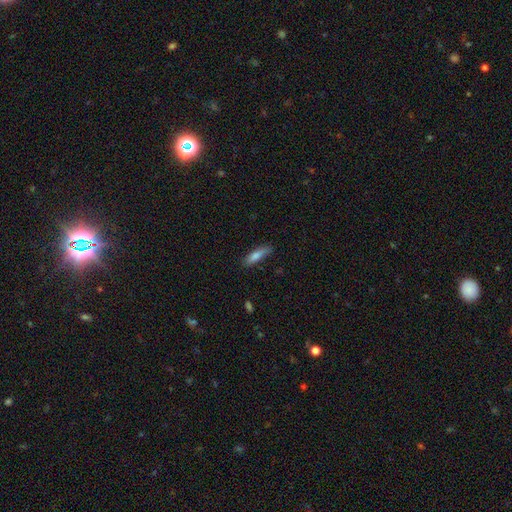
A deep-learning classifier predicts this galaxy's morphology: The model was most divided on "how rounded": cigar-shaped: 68%, in between: 30%, round: 2%. More confident: merging — none (79%); smooth or featured — smooth (77%).